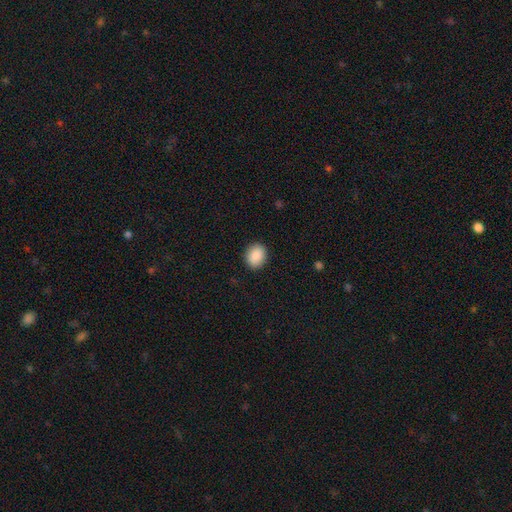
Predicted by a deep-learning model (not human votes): Q: Smooth or featured?
A: smooth (89%); runner-up: star or artifact (8%)
Q: How rounded?
A: round (57%); runner-up: in between (43%)
Q: Merging?
A: none (90%); runner-up: minor disturbance (7%)